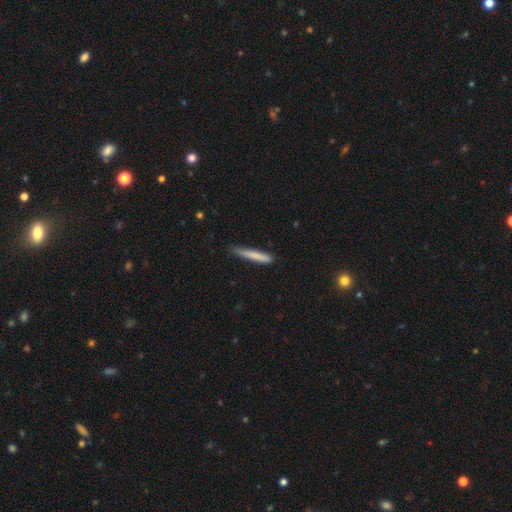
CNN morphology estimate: smooth 79%, featured or disk 15%, star or artifact 6%. Down the decision tree: how rounded — cigar-shaped (95%); merging — none (76%).